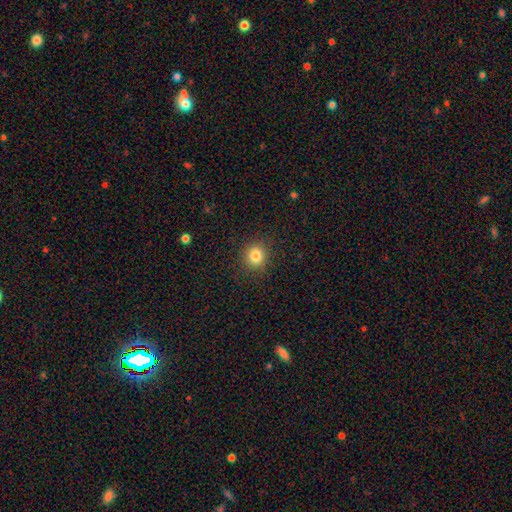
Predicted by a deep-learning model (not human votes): This appears to be a smooth galaxy with no disk features (82%) that is round (82%). Merging: none (90%).